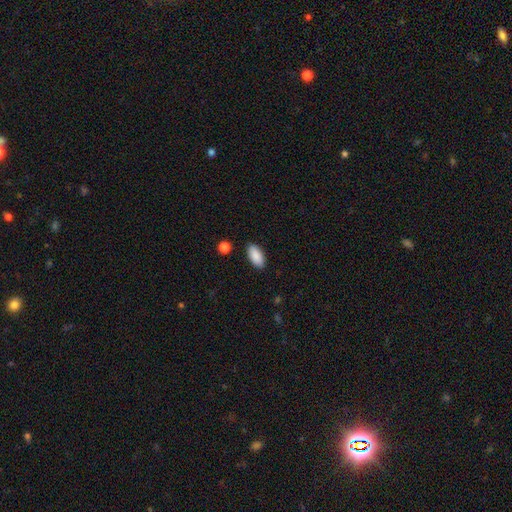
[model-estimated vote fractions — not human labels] Smooth or featured: smooth — 90% (star or artifact — 6%)
How rounded: in between — 92% (cigar-shaped — 6%)
Merging: none — 88% (minor disturbance — 8%)